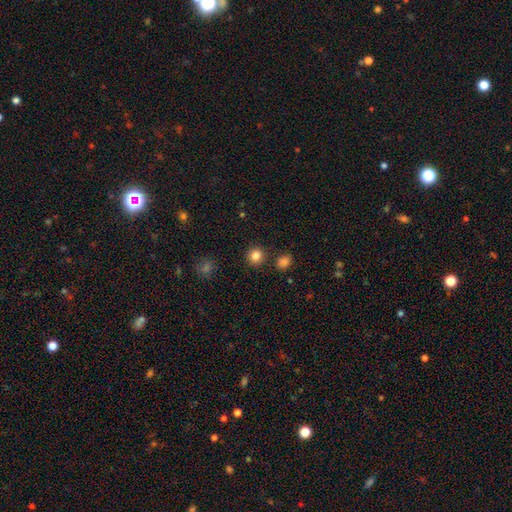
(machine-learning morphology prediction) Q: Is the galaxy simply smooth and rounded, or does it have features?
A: smooth — 84%.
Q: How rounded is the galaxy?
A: round — 92%.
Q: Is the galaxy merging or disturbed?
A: none — 89%.